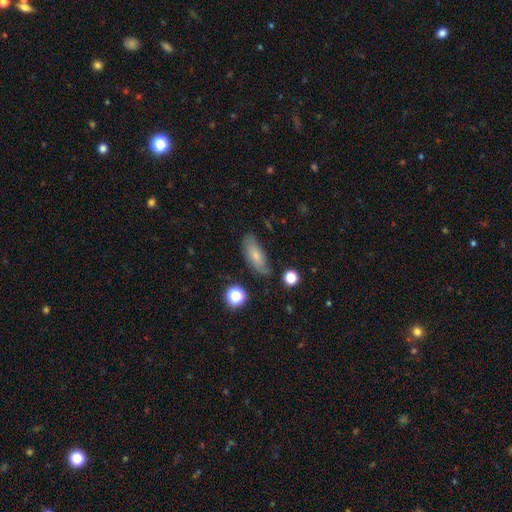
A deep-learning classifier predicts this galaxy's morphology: Smooth or featured? smooth (62%)
How rounded? in between (82%)
Merging? none (67%)